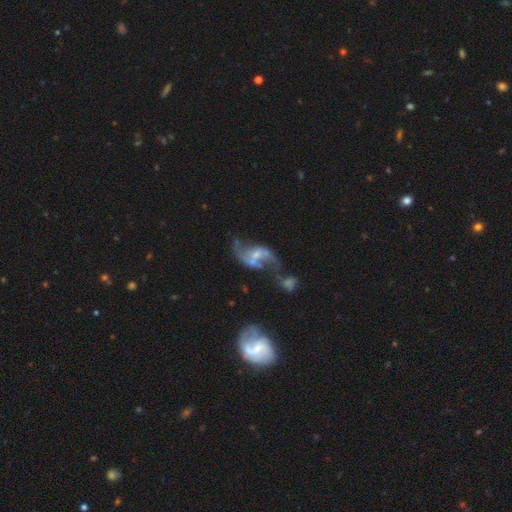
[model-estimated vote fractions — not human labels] featured or disk 83%, smooth 10%, star or artifact 7%. Down the decision tree: edge-on disk — no (97%); bar — weak (45%); spiral arms — yes (89%); spiral arm count — 2 (88%); spiral winding — loose (78%); bulge size — small (48%); merging — merger (36%).